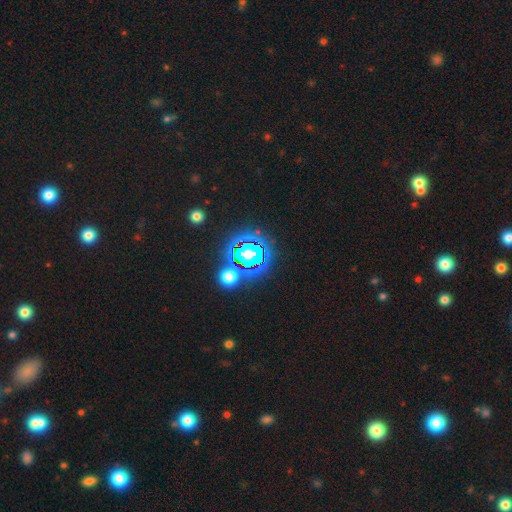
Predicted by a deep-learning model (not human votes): Smooth or featured? Predicted: star or artifact (p=0.73).